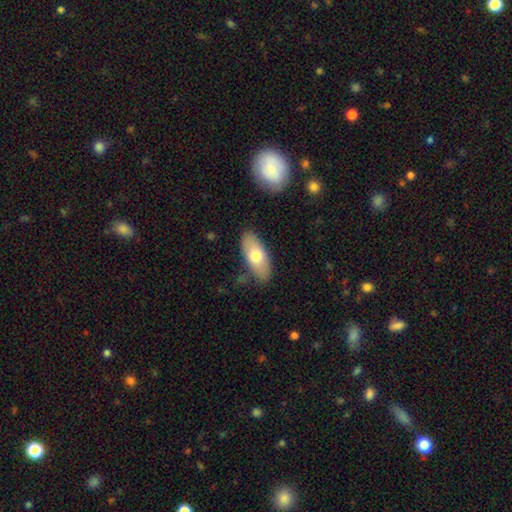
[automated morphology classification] A smooth galaxy with no disk features (67%) that is in between round and cigar-shaped (85%). Merging: none (81%).